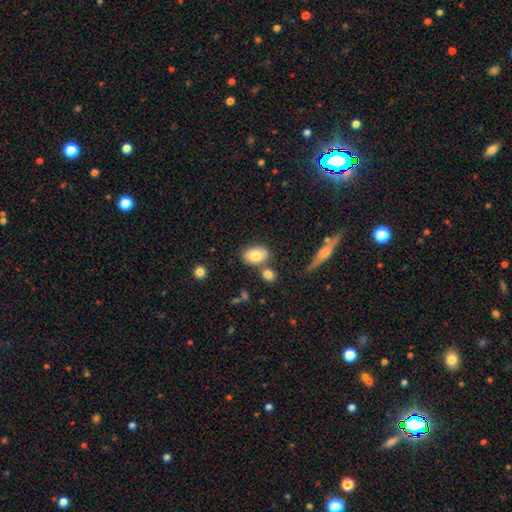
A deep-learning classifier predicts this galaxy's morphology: Smooth or featured: smooth — 79% (featured or disk — 13%)
How rounded: in between — 87% (round — 11%)
Merging: none — 67% (merger — 16%)